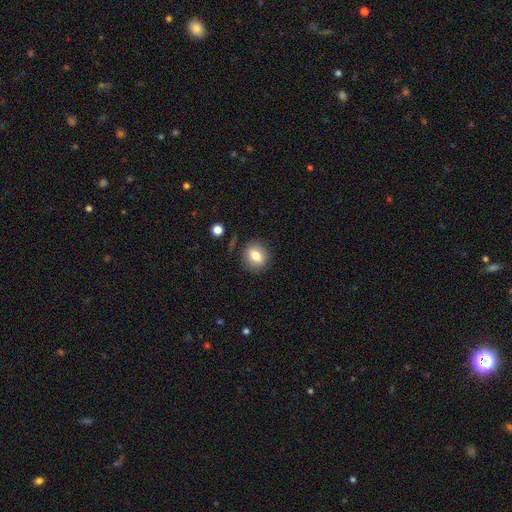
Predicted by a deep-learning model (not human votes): Smooth or featured? smooth (78%)
How rounded? round (64%)
Merging? none (84%)